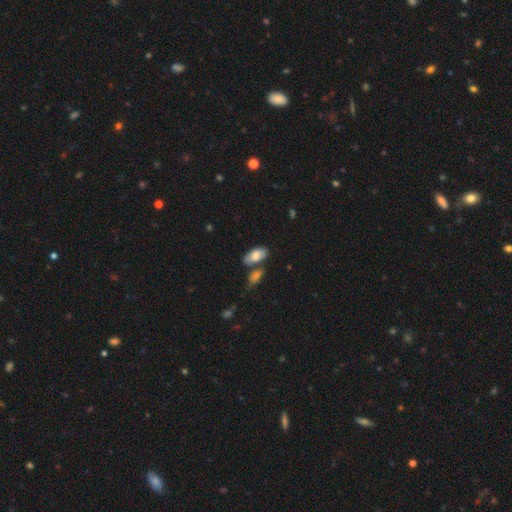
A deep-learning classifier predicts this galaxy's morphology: Smooth or featured? smooth (76%)
How rounded? in between (93%)
Merging? none (60%)